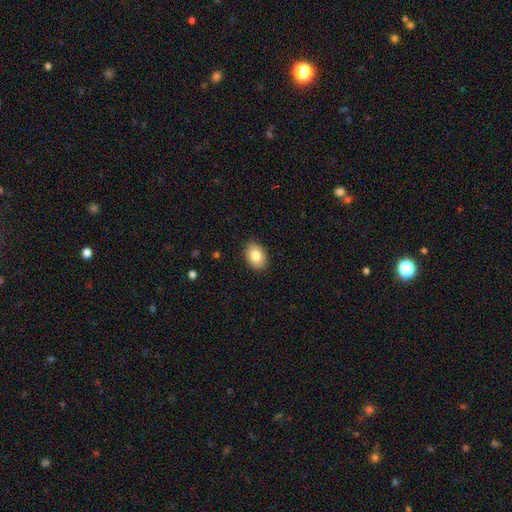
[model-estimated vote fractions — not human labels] This is clearly a smooth galaxy (82%). How rounded: clearly in between (81%). Merging: clearly none (89%).